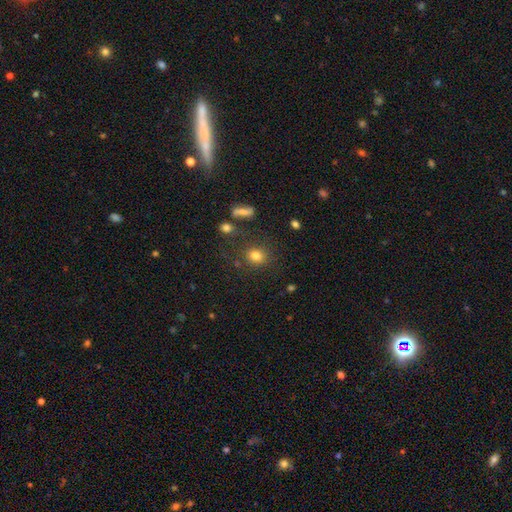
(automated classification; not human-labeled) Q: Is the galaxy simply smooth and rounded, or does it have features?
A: smooth — 79%.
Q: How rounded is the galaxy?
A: round — 66%.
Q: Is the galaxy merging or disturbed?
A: none — 78%.